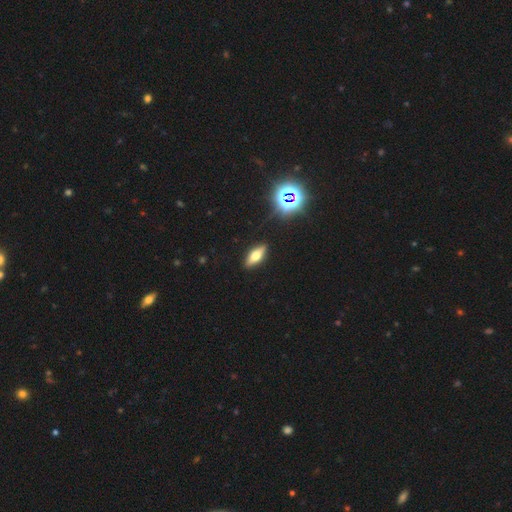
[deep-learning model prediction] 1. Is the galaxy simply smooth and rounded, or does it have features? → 48% smooth, 39% featured or disk, 13% star or artifact.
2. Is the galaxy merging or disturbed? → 89% none, 8% minor disturbance, 2% major disturbance, 1% merger.